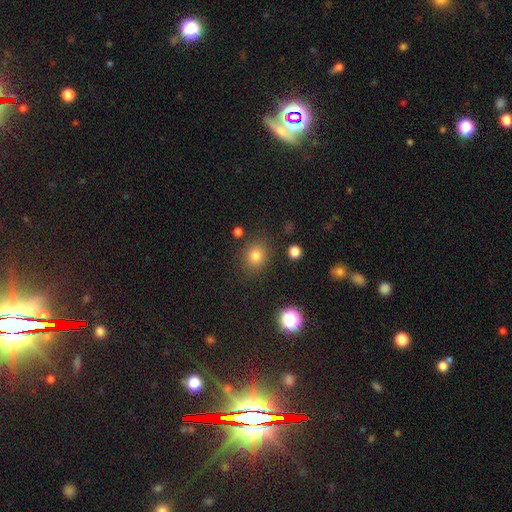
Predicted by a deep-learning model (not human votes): Smooth or featured? smooth (79%)
How rounded? round (66%)
Merging? none (83%)